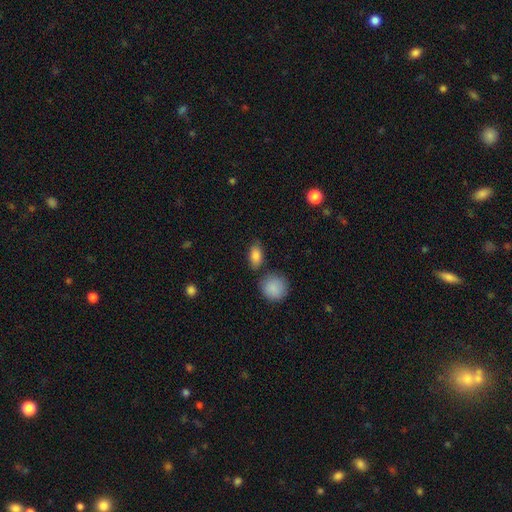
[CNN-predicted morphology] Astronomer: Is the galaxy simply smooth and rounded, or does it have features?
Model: smooth — 85%.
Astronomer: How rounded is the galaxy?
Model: in between — 87%.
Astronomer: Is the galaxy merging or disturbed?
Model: none — 73%.